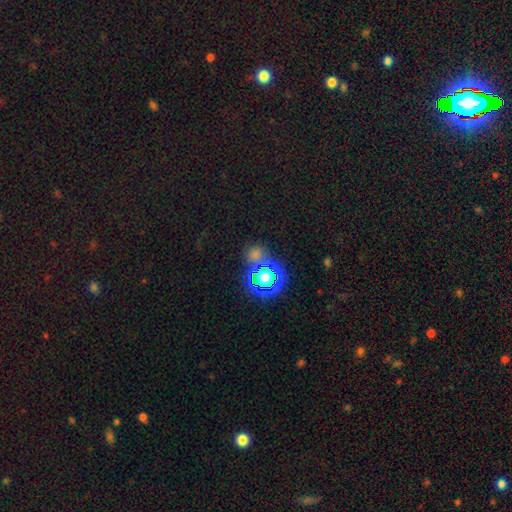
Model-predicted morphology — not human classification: Q: Smooth or featured?
A: star or artifact (59%); runner-up: smooth (33%)